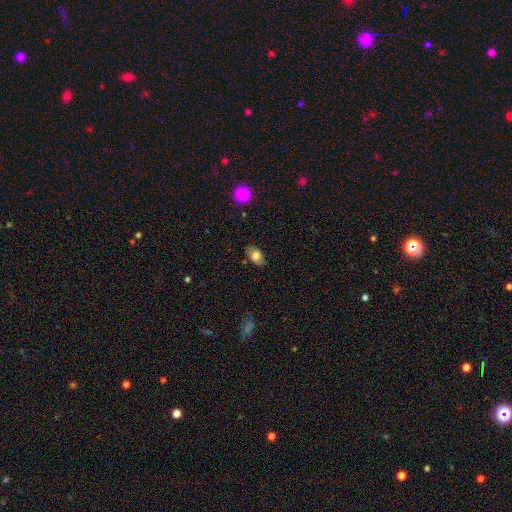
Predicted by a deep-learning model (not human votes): Smooth or featured?
  - smooth: 74% *
  - featured or disk: 18%
  - star or artifact: 8%
How rounded?
  - in between: 89% *
  - round: 9%
  - cigar-shaped: 2%
Merging?
  - none: 79% *
  - minor disturbance: 17%
  - major disturbance: 3%
  - merger: 1%